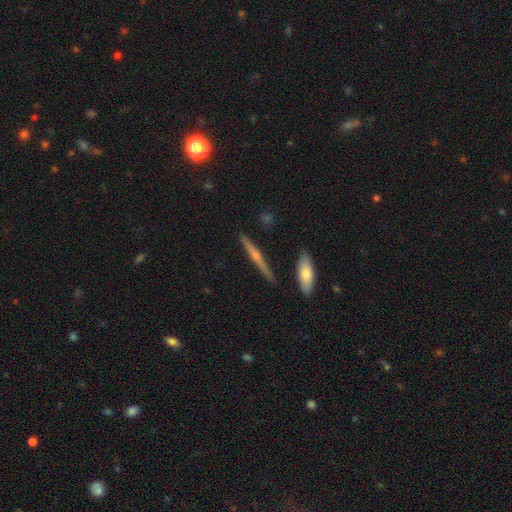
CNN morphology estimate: Q: Smooth or featured?
A: featured or disk (63%); runner-up: smooth (30%)
Q: Edge-on disk?
A: yes (98%); runner-up: no (2%)
Q: Edge-on bulge?
A: rounded (75%); runner-up: none (18%)
Q: Merging?
A: none (89%); runner-up: minor disturbance (7%)